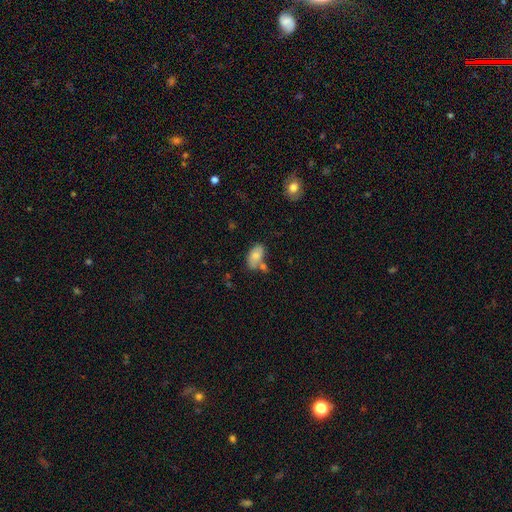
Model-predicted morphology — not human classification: A smooth galaxy with no disk features (75%) that is in between round and cigar-shaped (92%).

Vote fractions:
- Smooth or featured? smooth: 75% / featured or disk: 18% / star or artifact: 7%
- How rounded? in between: 92% / round: 6% / cigar-shaped: 2%
- Merging? none: 52% / merger: 23% / minor disturbance: 19% / major disturbance: 6%